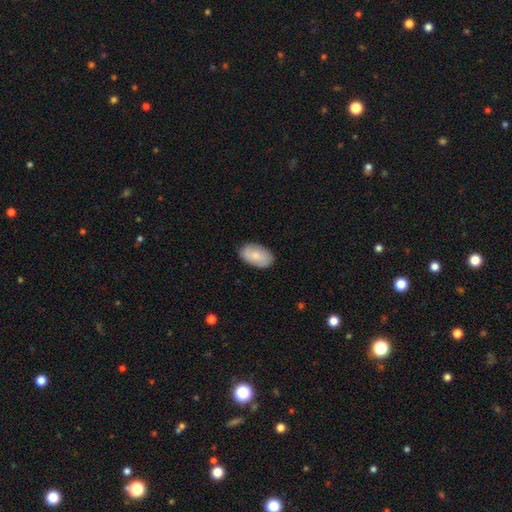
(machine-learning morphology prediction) The model was most divided on "smooth or featured": smooth: 80%, featured or disk: 14%, star or artifact: 6%. More confident: how rounded — in between (94%); merging — none (86%).